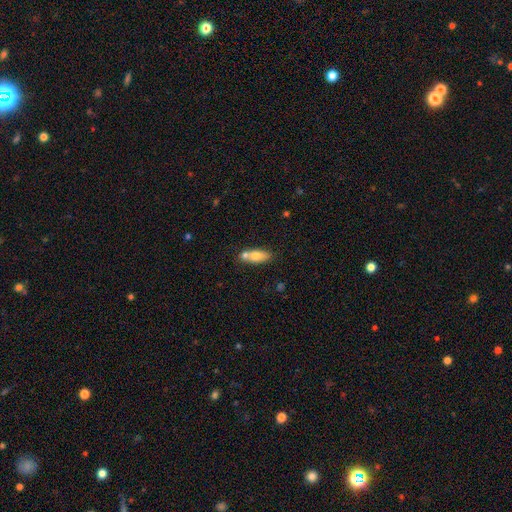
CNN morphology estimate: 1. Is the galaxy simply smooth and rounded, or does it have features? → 72% smooth, 20% featured or disk, 8% star or artifact.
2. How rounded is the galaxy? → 72% in between, 23% cigar-shaped, 5% round.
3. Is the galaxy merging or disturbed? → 48% none, 36% merger, 13% minor disturbance, 4% major disturbance.